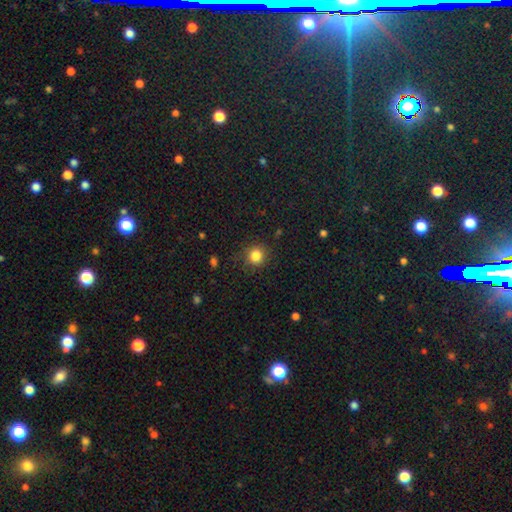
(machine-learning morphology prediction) A smooth galaxy with no disk features (84%) that is round (88%).

Vote fractions:
- Smooth or featured? smooth: 84% / star or artifact: 11% / featured or disk: 5%
- How rounded? round: 88% / in between: 11% / cigar-shaped: 1%
- Merging? none: 83% / minor disturbance: 12% / major disturbance: 4% / merger: 1%